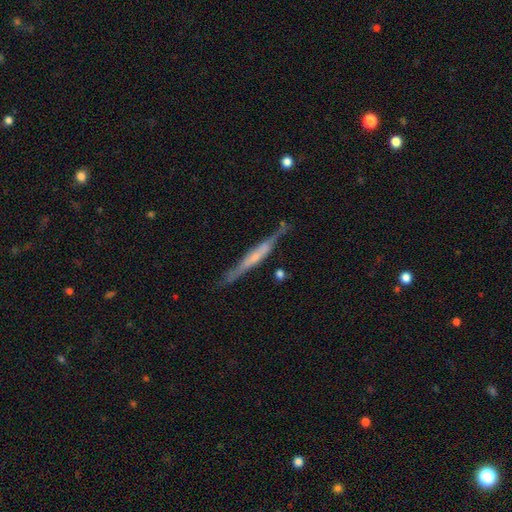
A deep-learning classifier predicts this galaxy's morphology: smooth-or-featured: featured or disk: 67% | smooth: 27% | star or artifact: 6%
  disk-edge-on: yes: 95% | no: 5%
    edge-on-bulge: none: 43% | rounded: 33% | boxy: 24%
  merging: none: 76% | minor disturbance: 17% | major disturbance: 4% | merger: 3%